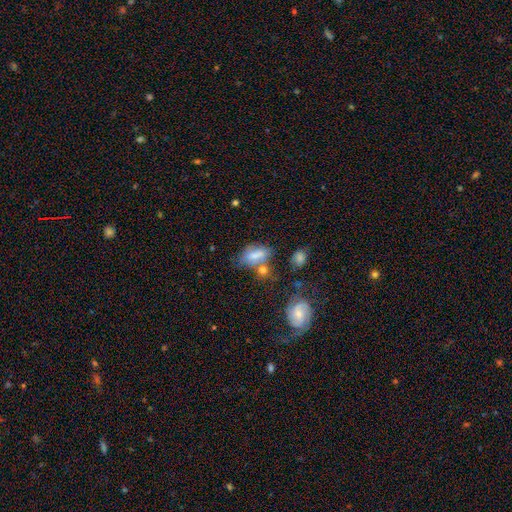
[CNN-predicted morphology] This appears to be a smooth galaxy with no disk features (66%) that is in between round and cigar-shaped (84%). Merging: none (40%).